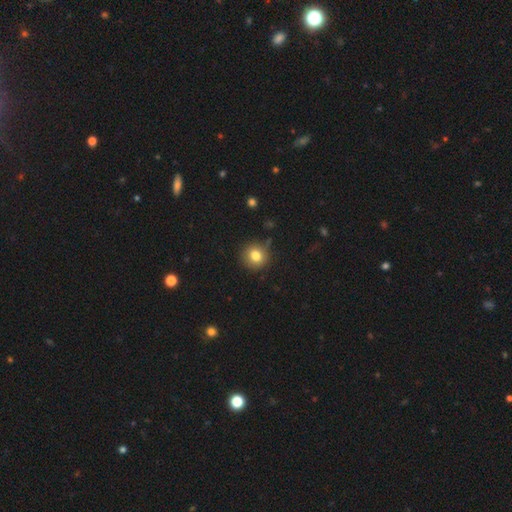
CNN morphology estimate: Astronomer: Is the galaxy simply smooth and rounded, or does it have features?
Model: smooth — 80%.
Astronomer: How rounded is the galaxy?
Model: round — 92%.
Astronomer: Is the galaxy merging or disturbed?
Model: none — 86%.